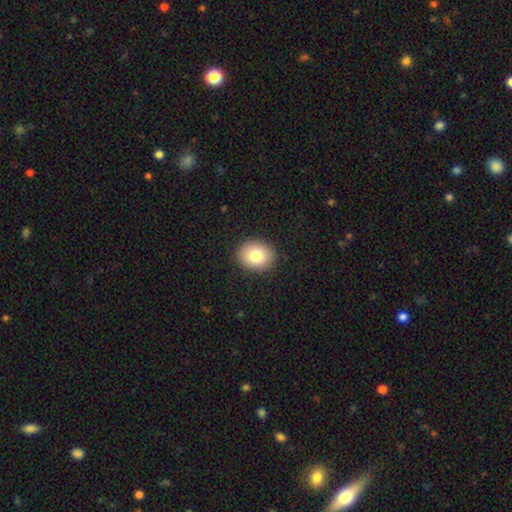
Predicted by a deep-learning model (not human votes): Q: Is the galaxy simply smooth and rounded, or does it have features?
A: smooth — 79%.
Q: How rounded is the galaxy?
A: round — 64%.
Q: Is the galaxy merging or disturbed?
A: none — 90%.